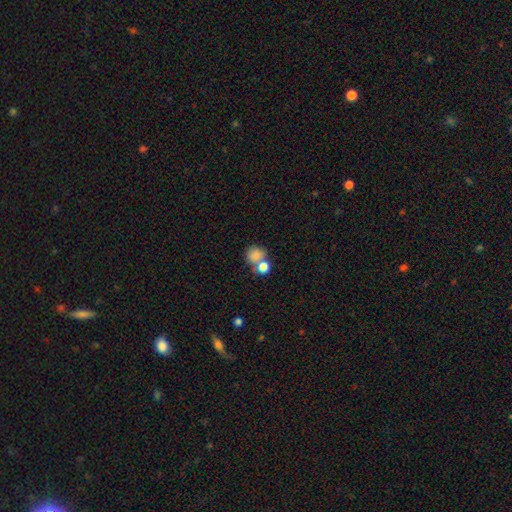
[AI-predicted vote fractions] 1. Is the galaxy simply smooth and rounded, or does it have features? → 81% smooth, 10% star or artifact, 9% featured or disk.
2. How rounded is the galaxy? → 78% round, 21% in between, 1% cigar-shaped.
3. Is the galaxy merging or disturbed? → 43% merger, 42% none, 10% minor disturbance, 5% major disturbance.